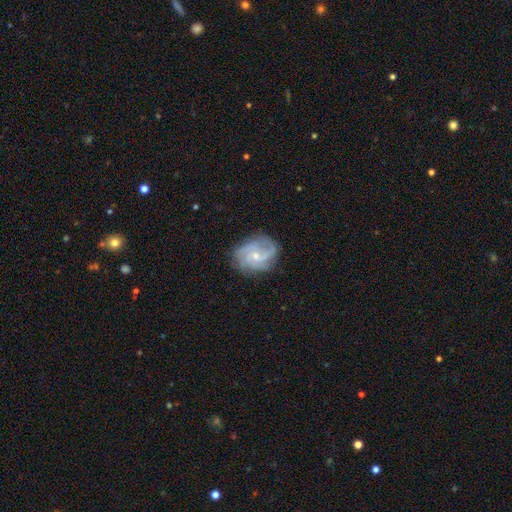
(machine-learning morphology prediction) Q: Smooth or featured?
A: featured or disk (82%); runner-up: smooth (11%)
Q: Edge-on disk?
A: no (98%); runner-up: yes (2%)
Q: Bar?
A: no (65%); runner-up: weak (31%)
Q: Spiral arms?
A: yes (96%); runner-up: no (4%)
Q: Spiral winding?
A: tight (45%); runner-up: medium (43%)
Q: Spiral arm count?
A: 3 (33%); runner-up: can't tell (22%)
Q: Bulge size?
A: small (62%); runner-up: moderate (34%)
Q: Merging?
A: none (75%); runner-up: minor disturbance (18%)